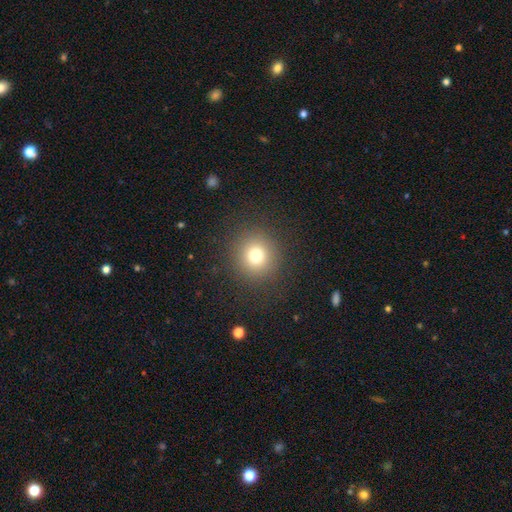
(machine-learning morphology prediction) Overall: smooth (75%). How rounded: round (93%). Merging: none (89%).